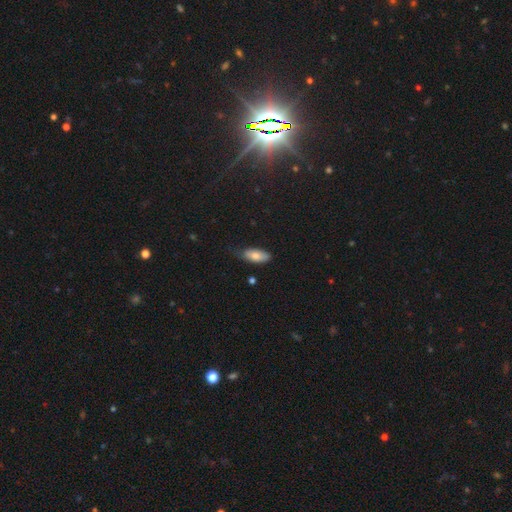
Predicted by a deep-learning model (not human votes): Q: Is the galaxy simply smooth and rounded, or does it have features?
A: smooth — 78%.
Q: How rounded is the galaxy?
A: in between — 85%.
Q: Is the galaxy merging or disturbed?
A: none — 59%.